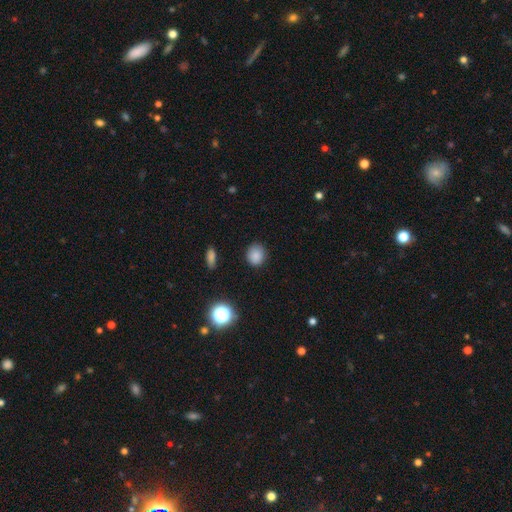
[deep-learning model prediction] smooth_or_featured: smooth (p=0.84) [alt: star or artifact p=0.12]
how_rounded: round (p=0.75) [alt: in between p=0.24]
merging: none (p=0.87) [alt: minor disturbance p=0.09]